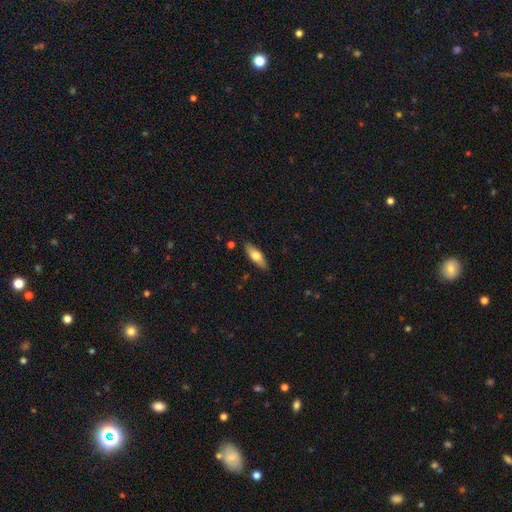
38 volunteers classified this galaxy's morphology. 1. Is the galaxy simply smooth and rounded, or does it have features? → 55% smooth, 42% featured or disk, 3% star or artifact.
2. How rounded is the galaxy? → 52% cigar-shaped, 48% in between, 0% round.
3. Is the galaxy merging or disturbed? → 86% none, 11% minor disturbance, 3% major disturbance, 0% merger.